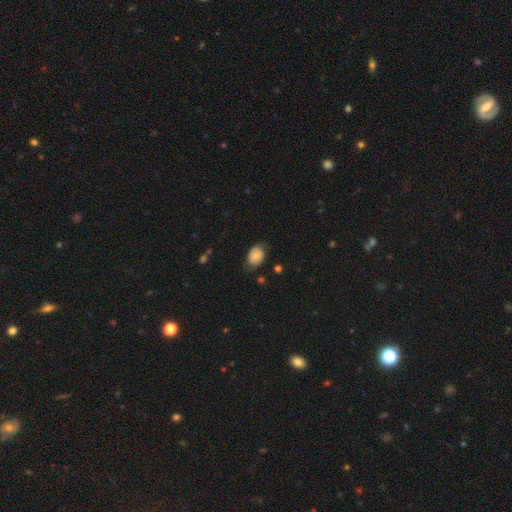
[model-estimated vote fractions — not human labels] Overall: smooth (66%). How rounded: in between (71%). Merging: none (58%; minor disturbance 30%).